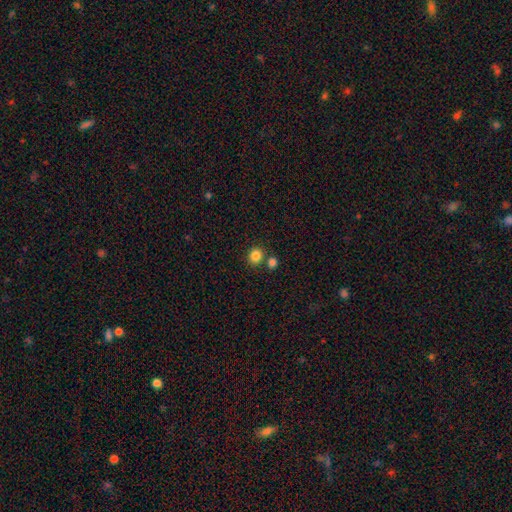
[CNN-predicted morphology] A smooth galaxy with no disk features (84%) that is round (76%).

Vote fractions:
- Smooth or featured? smooth: 84% / star or artifact: 11% / featured or disk: 5%
- How rounded? round: 76% / in between: 23% / cigar-shaped: 1%
- Merging? none: 72% / merger: 17% / minor disturbance: 8% / major disturbance: 3%